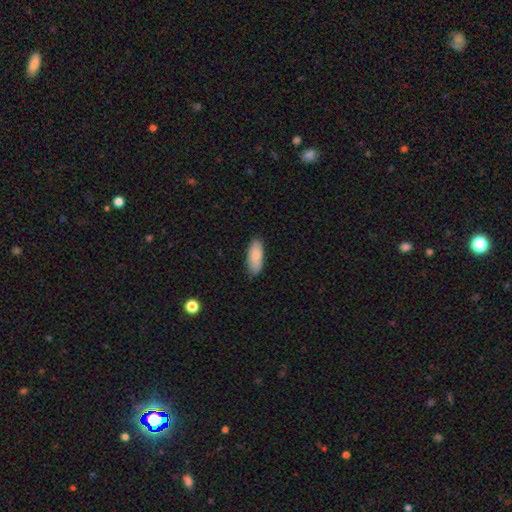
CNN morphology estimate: Smooth or featured?
  - smooth: 85% *
  - featured or disk: 9%
  - star or artifact: 6%
How rounded?
  - in between: 81% *
  - cigar-shaped: 17%
  - round: 2%
Merging?
  - none: 81% *
  - minor disturbance: 15%
  - major disturbance: 2%
  - merger: 1%